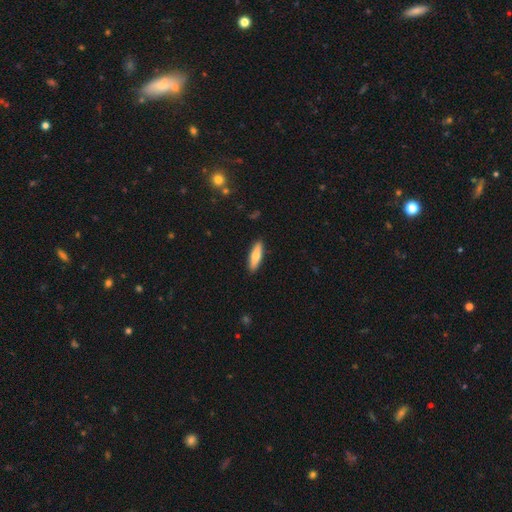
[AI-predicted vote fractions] Smooth or featured? Predicted: smooth (p=0.71). How rounded? Predicted: cigar-shaped (p=0.61). Merging? Predicted: none (p=0.90).